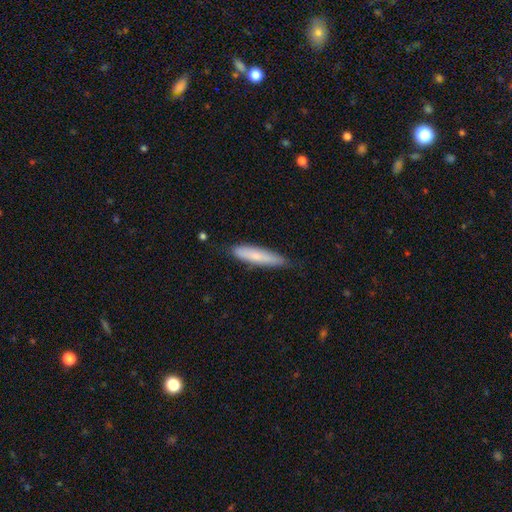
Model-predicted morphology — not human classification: The model was most divided on "smooth or featured": smooth: 75%, featured or disk: 19%, star or artifact: 6%. More confident: how rounded — cigar-shaped (83%); merging — none (79%).